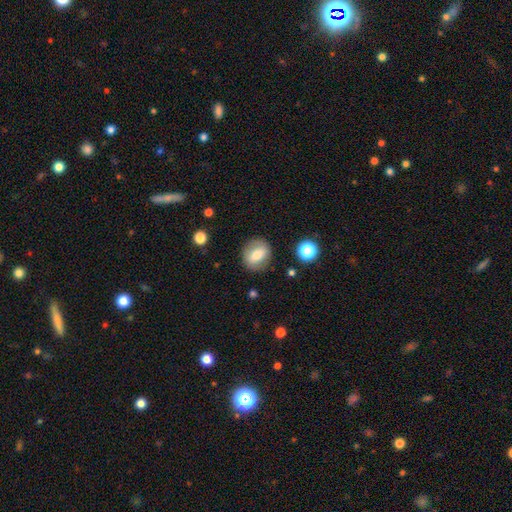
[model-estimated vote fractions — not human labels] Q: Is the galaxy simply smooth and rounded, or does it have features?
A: smooth — 68%.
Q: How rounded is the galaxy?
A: round — 64%.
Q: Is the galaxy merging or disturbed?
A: none — 83%.